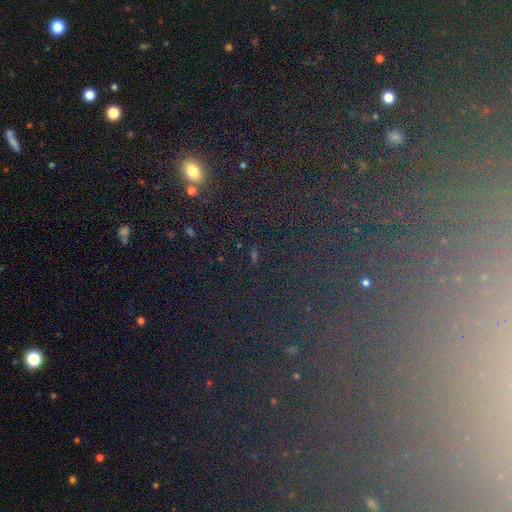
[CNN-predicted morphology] smooth_or_featured: star or artifact (p=0.68) [alt: smooth p=0.20]